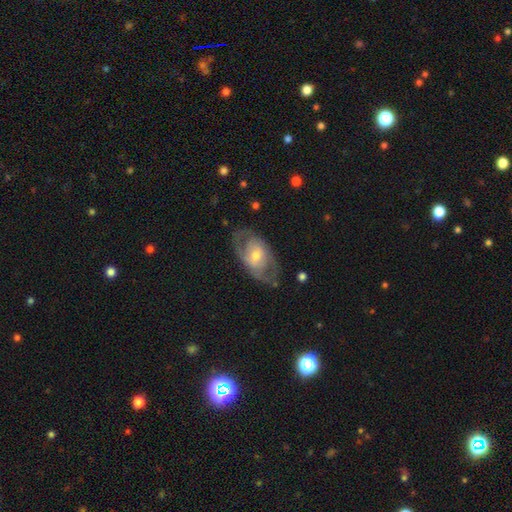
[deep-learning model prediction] Smooth or featured: featured or disk — 67% (smooth — 27%)
Edge-on disk: no — 92% (yes — 8%)
Bar: no — 53% (weak — 36%)
Spiral arms: yes — 65% (no — 35%)
Bulge size: moderate — 57% (small — 34%)
Merging: none — 66% (minor disturbance — 20%)